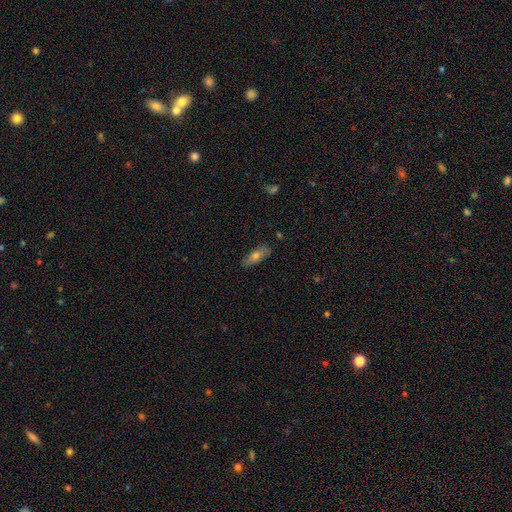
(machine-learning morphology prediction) smooth-or-featured: smooth: 64% | featured or disk: 28% | star or artifact: 7%
  how-rounded: in between: 57% | cigar-shaped: 40% | round: 3%
  merging: none: 85% | minor disturbance: 12% | major disturbance: 2% | merger: 1%